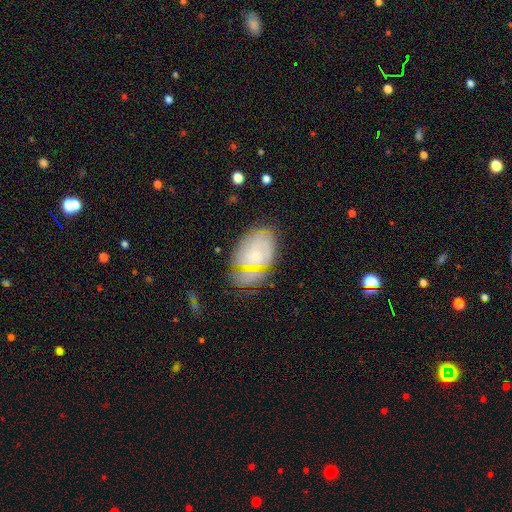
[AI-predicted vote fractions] Smooth or featured? Predicted: featured or disk (p=0.51). Edge-on disk? Predicted: no (p=0.96). Merging? Predicted: none (p=0.62).